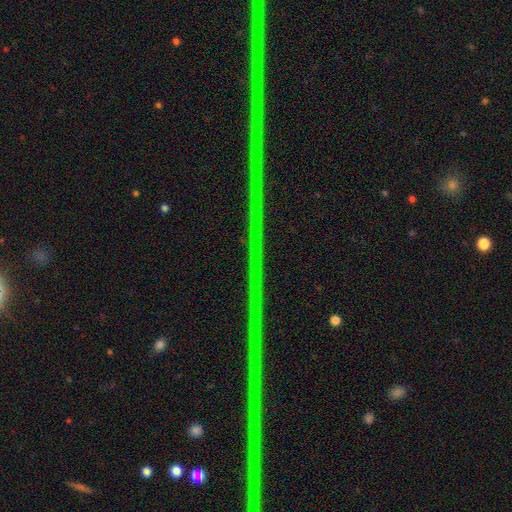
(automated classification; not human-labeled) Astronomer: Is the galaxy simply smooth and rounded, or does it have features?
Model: star or artifact — 84%.